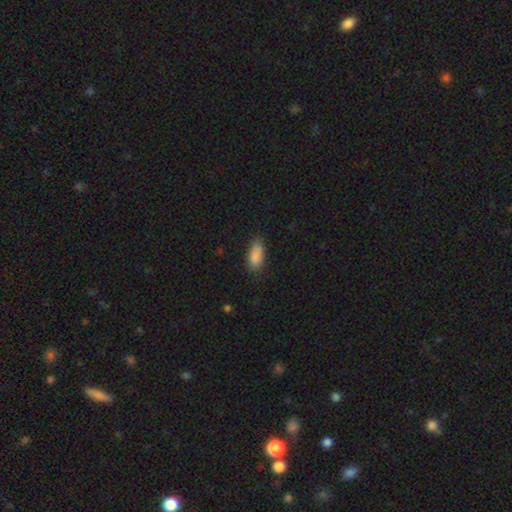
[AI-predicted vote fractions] Q: Smooth or featured?
A: smooth (88%); runner-up: star or artifact (7%)
Q: How rounded?
A: in between (86%); runner-up: cigar-shaped (11%)
Q: Merging?
A: none (73%); runner-up: minor disturbance (21%)